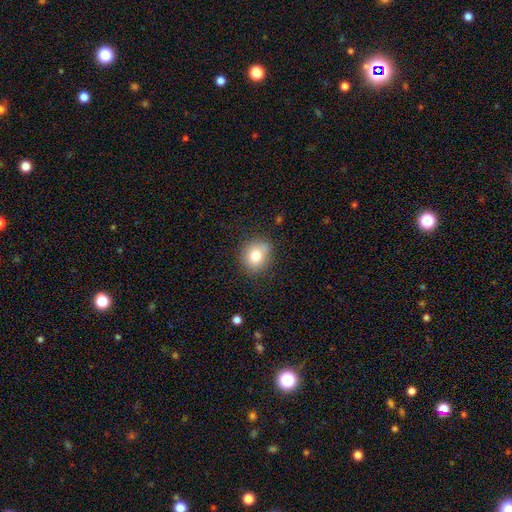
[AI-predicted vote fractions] Morphology: type=smooth (80%); roundness=round (70%); merging=none (78%).